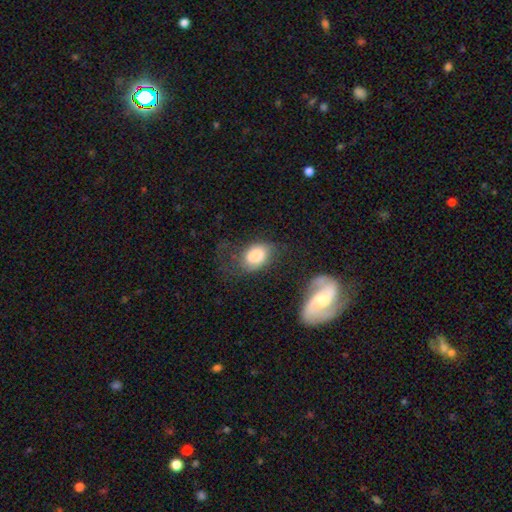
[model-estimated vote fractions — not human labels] Smooth or featured: smooth — 73% (featured or disk — 19%)
How rounded: in between — 82% (round — 16%)
Merging: none — 38% (major disturbance — 30%)